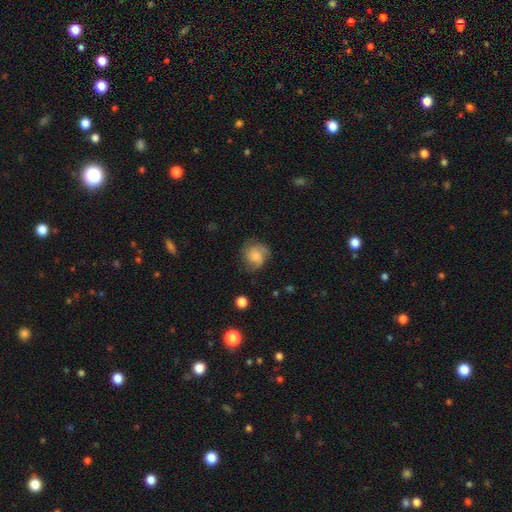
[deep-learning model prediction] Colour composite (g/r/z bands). It shows a smooth galaxy with no disk features (47%). Merging: none (67%).